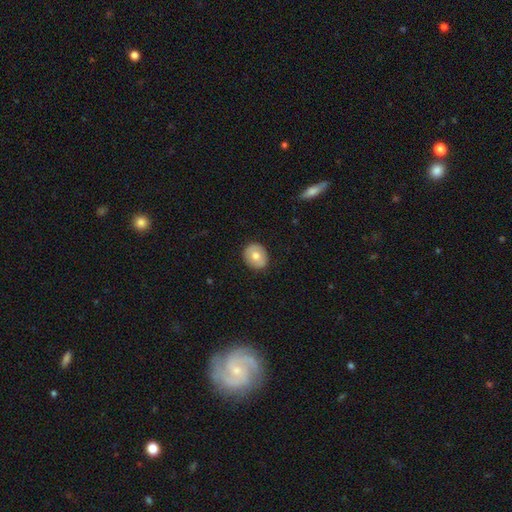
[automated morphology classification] Smooth or featured: smooth — 70% (featured or disk — 23%)
How rounded: round — 70% (in between — 29%)
Merging: none — 89% (minor disturbance — 8%)